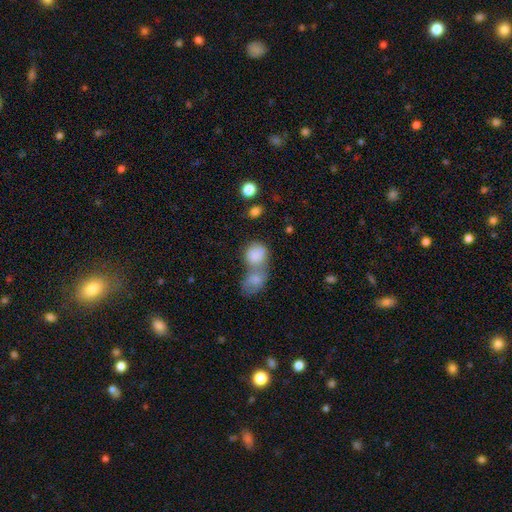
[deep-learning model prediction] Overall: smooth (81%). How rounded: round (56%; in between 43%). Merging: merger (64%).